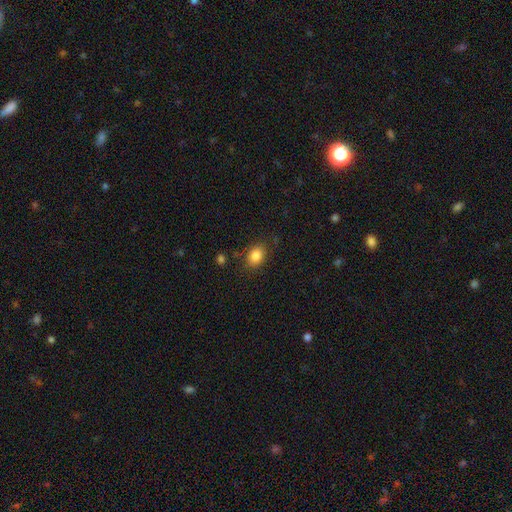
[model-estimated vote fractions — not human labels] Smooth or featured?
  - smooth: 85% *
  - star or artifact: 9%
  - featured or disk: 6%
How rounded?
  - in between: 73% *
  - round: 26%
  - cigar-shaped: 1%
Merging?
  - none: 79% *
  - minor disturbance: 14%
  - major disturbance: 4%
  - merger: 3%